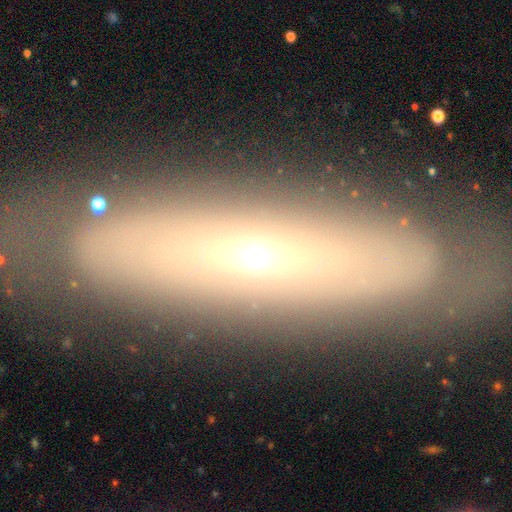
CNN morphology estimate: The model was most divided on "smooth or featured": featured or disk: 45%, smooth: 42%, star or artifact: 13%. More confident: merging — none (85%).